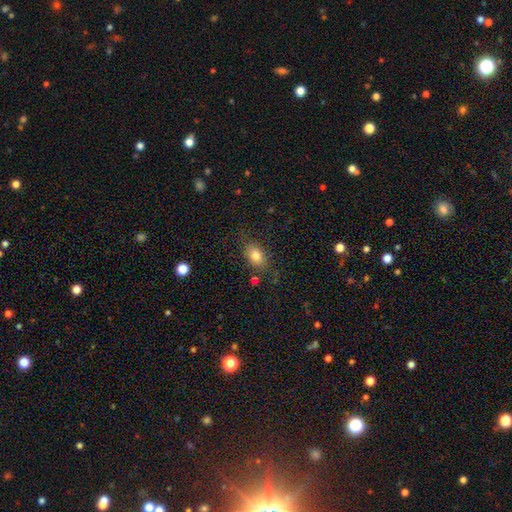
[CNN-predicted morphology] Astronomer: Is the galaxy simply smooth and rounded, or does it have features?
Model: smooth — 81%.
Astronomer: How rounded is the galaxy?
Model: in between — 77%.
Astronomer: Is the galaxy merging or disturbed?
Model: none — 77%.